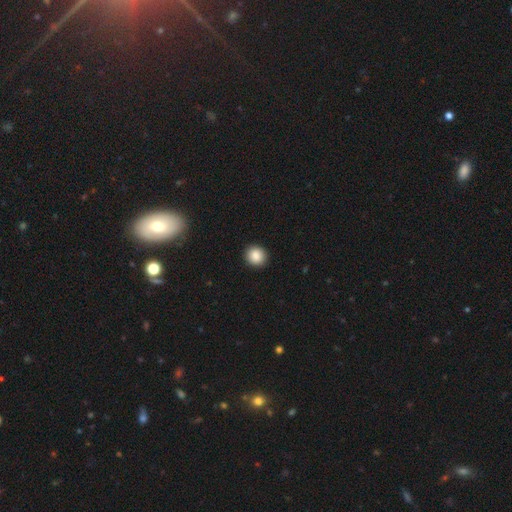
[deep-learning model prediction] Smooth or featured? Predicted: smooth (p=0.88). How rounded? Predicted: round (p=0.86). Merging? Predicted: none (p=0.92).